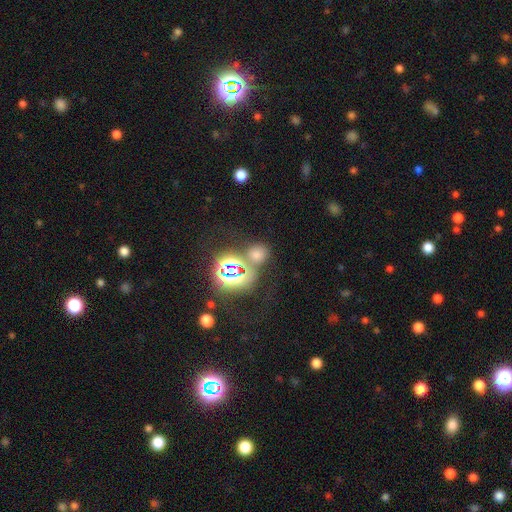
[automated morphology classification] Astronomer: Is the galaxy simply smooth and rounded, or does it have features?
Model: star or artifact — 54% (runner-up: smooth, 37%).